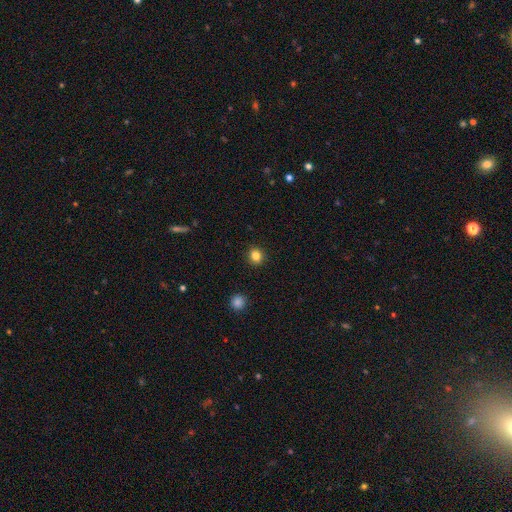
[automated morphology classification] smooth 83%, star or artifact 12%, featured or disk 5%. Down the decision tree: how rounded — round (84%); merging — none (92%).